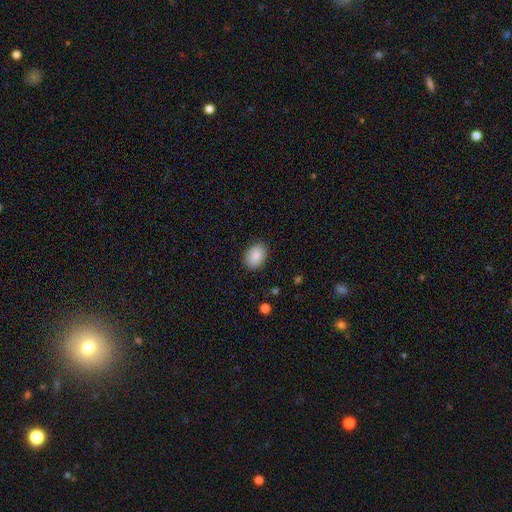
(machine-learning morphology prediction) This appears to be a smooth galaxy with no disk features (89%) that is in between round and cigar-shaped (80%). Merging: none (87%).